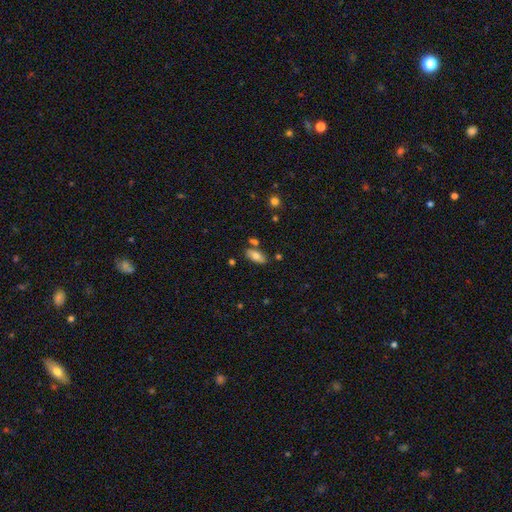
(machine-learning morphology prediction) Smooth or featured?
  - smooth: 75% *
  - featured or disk: 17%
  - star or artifact: 8%
How rounded?
  - in between: 87% *
  - cigar-shaped: 11%
  - round: 3%
Merging?
  - none: 76% *
  - minor disturbance: 13%
  - merger: 8%
  - major disturbance: 3%